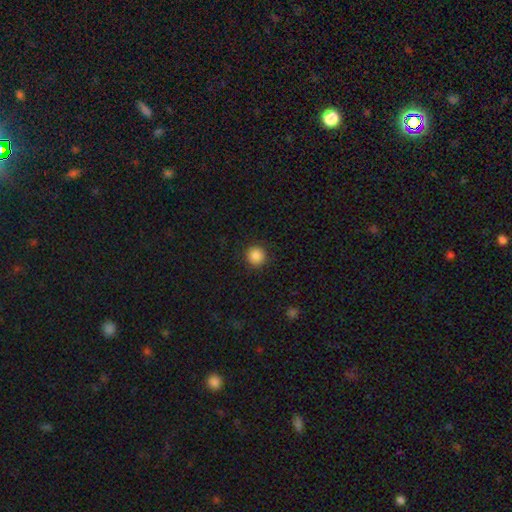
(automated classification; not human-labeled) This is clearly a smooth galaxy (87%). How rounded: clearly round (95%). Merging: clearly none (91%).